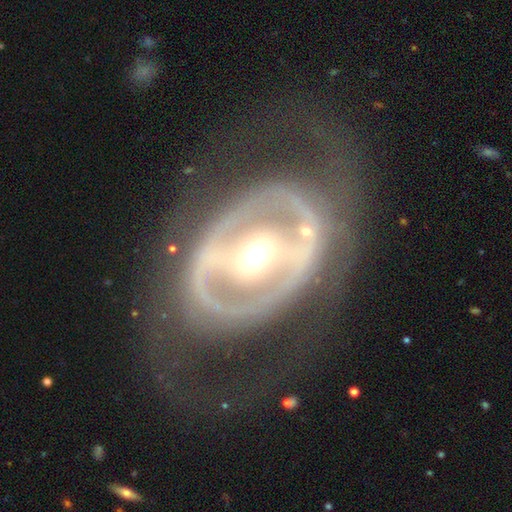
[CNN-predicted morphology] smooth_or_featured: featured or disk (p=0.84) [alt: smooth p=0.11]
disk_edge_on: no (p=0.94) [alt: yes p=0.06]
bar: strong (p=0.54) [alt: weak p=0.25]
has_spiral_arms: no (p=0.54) [alt: yes p=0.46]
bulge_size: moderate (p=0.64) [alt: small p=0.23]
merging: none (p=0.63) [alt: major disturbance p=0.20]